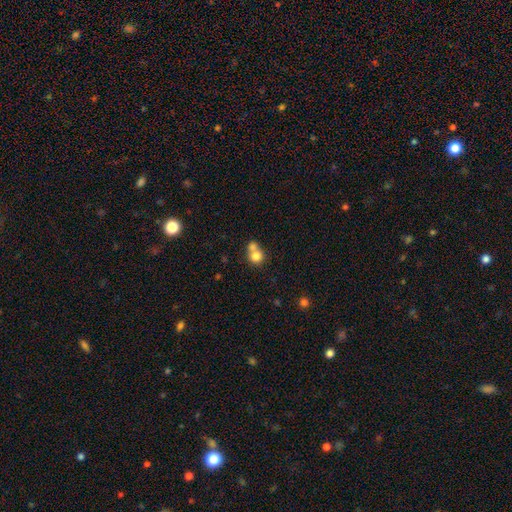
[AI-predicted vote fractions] Smooth or featured? smooth (77%)
How rounded? round (82%)
Merging? merger (57%)